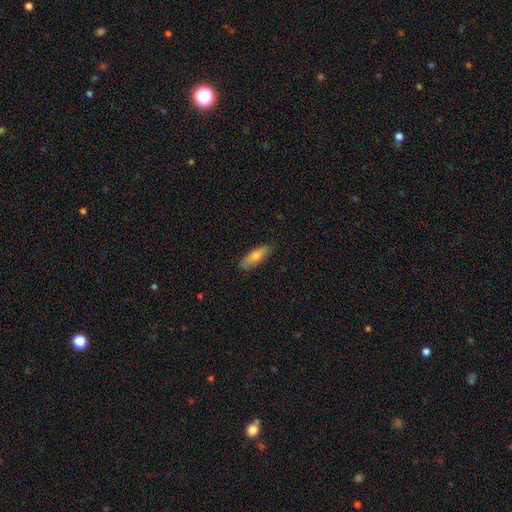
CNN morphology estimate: smooth 73%, featured or disk 21%, star or artifact 6%. Down the decision tree: how rounded — in between (51%); merging — none (86%).